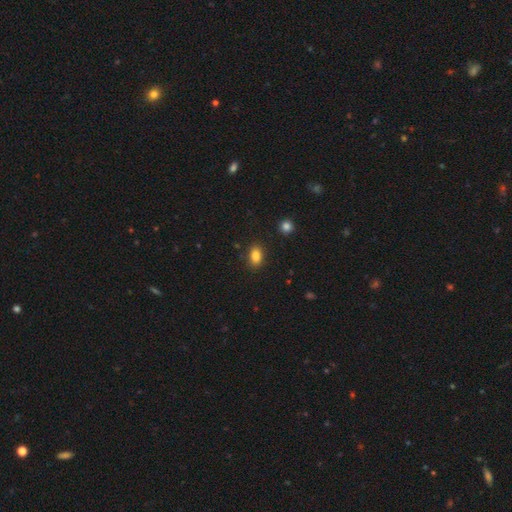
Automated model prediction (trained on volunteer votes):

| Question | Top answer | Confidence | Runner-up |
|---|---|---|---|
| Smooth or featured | smooth | 85% | star or artifact (10%) |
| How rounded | in between | 84% | round (14%) |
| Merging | none | 86% | minor disturbance (10%) |